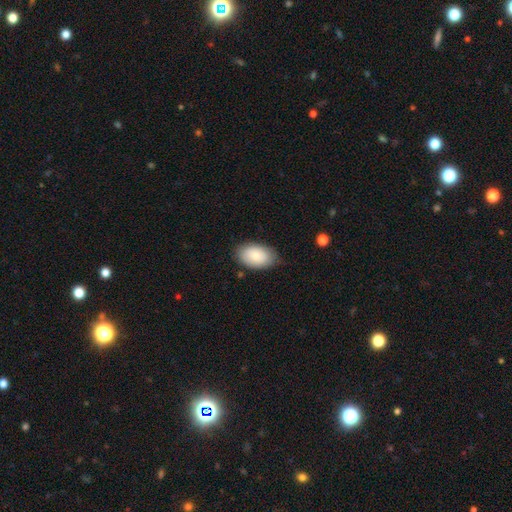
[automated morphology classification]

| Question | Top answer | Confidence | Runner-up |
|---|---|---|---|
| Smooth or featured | smooth | 83% | featured or disk (10%) |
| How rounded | in between | 92% | round (7%) |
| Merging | none | 77% | minor disturbance (18%) |